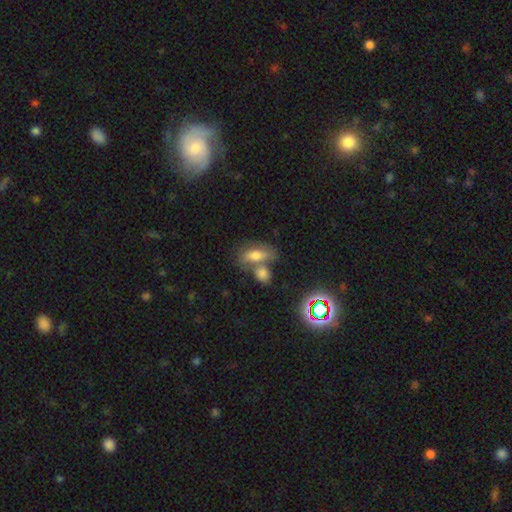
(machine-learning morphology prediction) A smooth galaxy with no disk features (64%) that is in between round and cigar-shaped (83%). Merging: merger (40%).